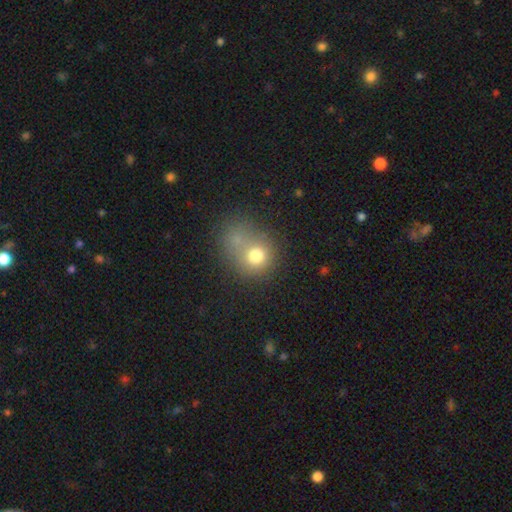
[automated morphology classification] The model was most divided on "merging": none: 41%, merger: 22%, minor disturbance: 19%, major disturbance: 18%. More confident: smooth or featured — smooth (72%); how rounded — round (71%).